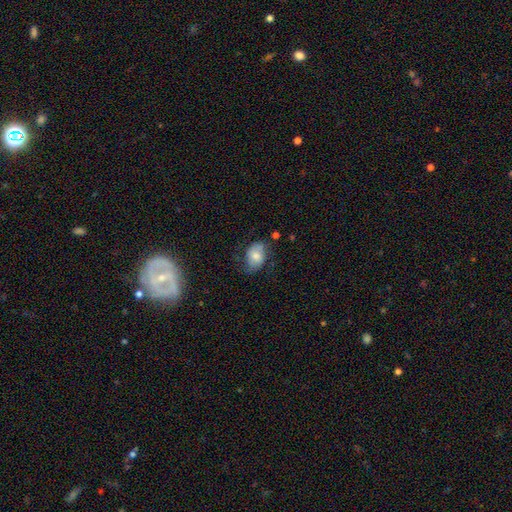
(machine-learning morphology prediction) Smooth or featured?
  - smooth: 61% *
  - featured or disk: 31%
  - star or artifact: 8%
How rounded?
  - in between: 78% *
  - round: 21%
  - cigar-shaped: 1%
Merging?
  - none: 55% *
  - minor disturbance: 29%
  - major disturbance: 14%
  - merger: 3%